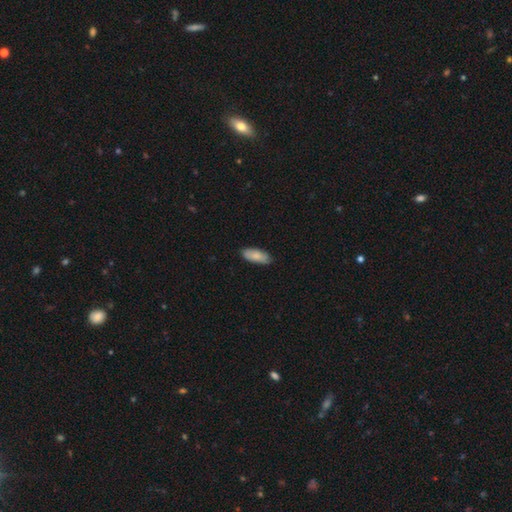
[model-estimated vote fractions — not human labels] Smooth or featured: smooth — 84% (featured or disk — 10%)
How rounded: in between — 82% (cigar-shaped — 16%)
Merging: none — 84% (minor disturbance — 13%)